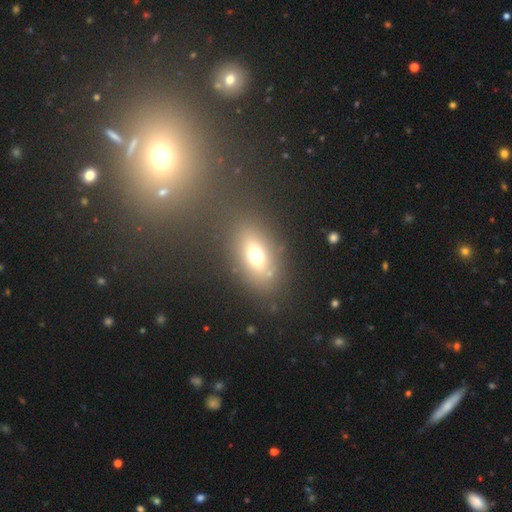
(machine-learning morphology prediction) Smooth or featured?
  - smooth: 66% *
  - featured or disk: 18%
  - star or artifact: 16%
How rounded?
  - in between: 75% *
  - round: 19%
  - cigar-shaped: 6%
Merging?
  - none: 77% *
  - minor disturbance: 11%
  - major disturbance: 6%
  - merger: 6%